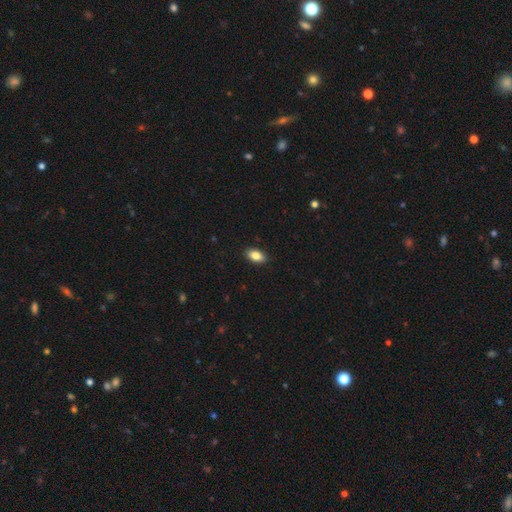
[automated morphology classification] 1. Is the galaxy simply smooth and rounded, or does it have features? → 84% smooth, 8% featured or disk, 8% star or artifact.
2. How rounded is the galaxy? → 92% in between, 5% round, 3% cigar-shaped.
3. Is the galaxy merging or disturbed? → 90% none, 8% minor disturbance, 2% major disturbance, 1% merger.